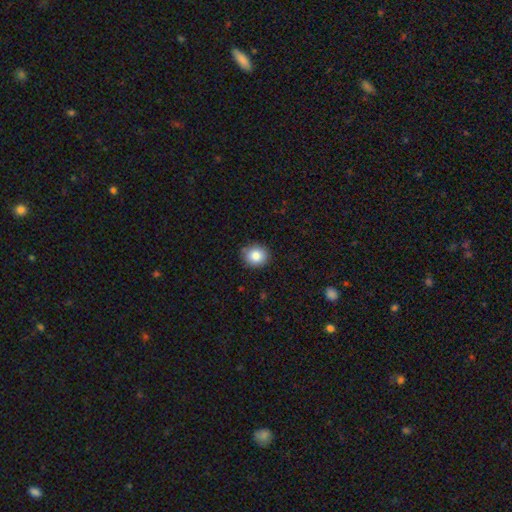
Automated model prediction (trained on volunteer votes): smooth-or-featured: smooth: 85% | star or artifact: 9% | featured or disk: 6%
  how-rounded: round: 84% | in between: 16% | cigar-shaped: 1%
  merging: none: 87% | minor disturbance: 10% | major disturbance: 2% | merger: 1%